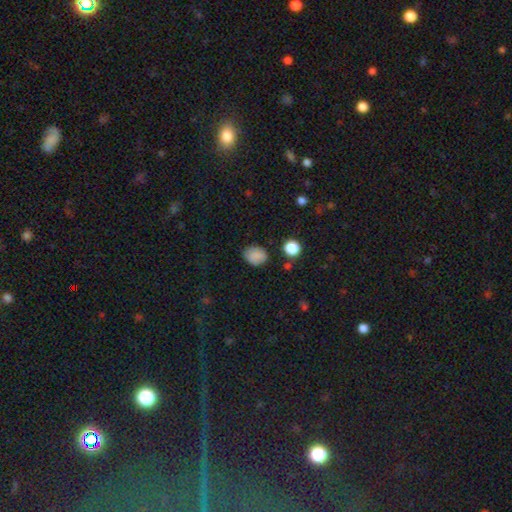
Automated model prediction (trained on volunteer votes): Overall: smooth (82%). How rounded: in between (50%; round 49%). Merging: none (77%).